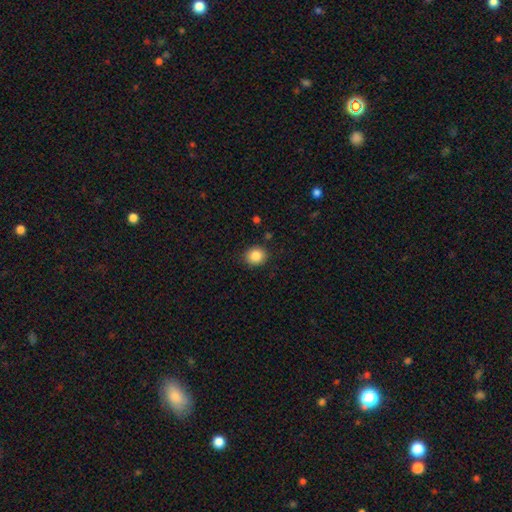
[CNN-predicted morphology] Q: Smooth or featured?
A: smooth (86%); runner-up: star or artifact (9%)
Q: How rounded?
A: round (75%); runner-up: in between (25%)
Q: Merging?
A: none (87%); runner-up: minor disturbance (9%)